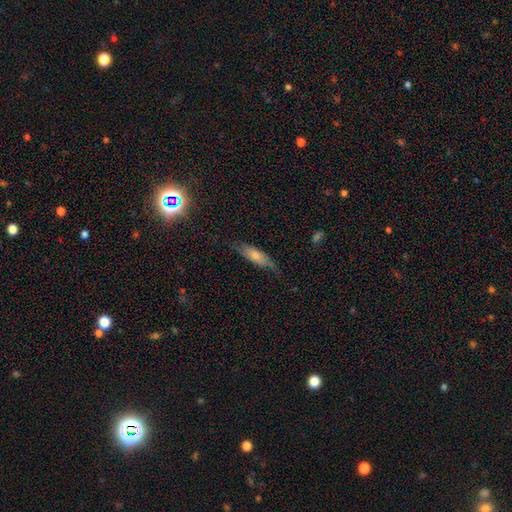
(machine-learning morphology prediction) The model was most divided on "how rounded": in between: 52%, cigar-shaped: 45%, round: 2%. More confident: merging — none (64%); smooth or featured — smooth (61%).